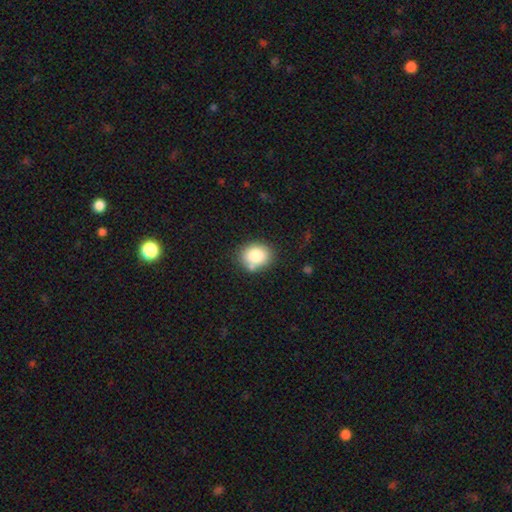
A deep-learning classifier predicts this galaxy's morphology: The model was most divided on "how rounded": round: 57%, in between: 42%, cigar-shaped: 1%. More confident: smooth or featured — smooth (82%); merging — none (73%).